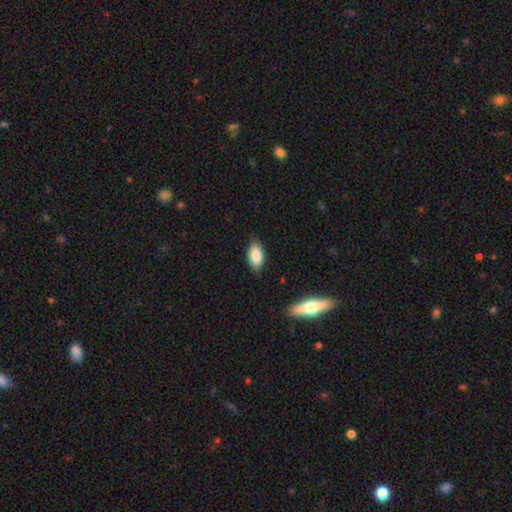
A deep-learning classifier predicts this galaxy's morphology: This appears to be a smooth galaxy with no disk features (85%) that is in between round and cigar-shaped (91%). Merging: none (84%).